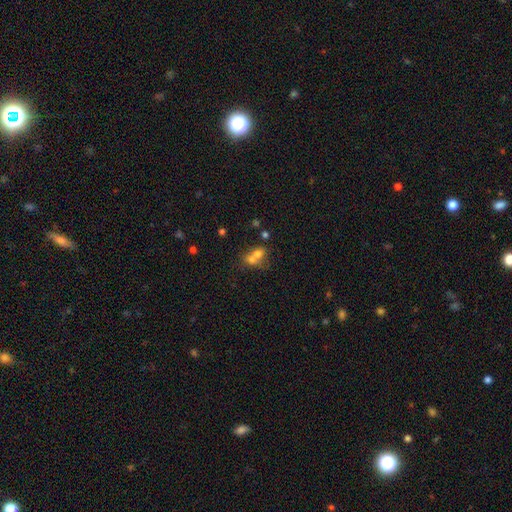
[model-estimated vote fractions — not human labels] Smooth or featured? smooth (66%)
How rounded? round (56%)
Merging? merger (67%)